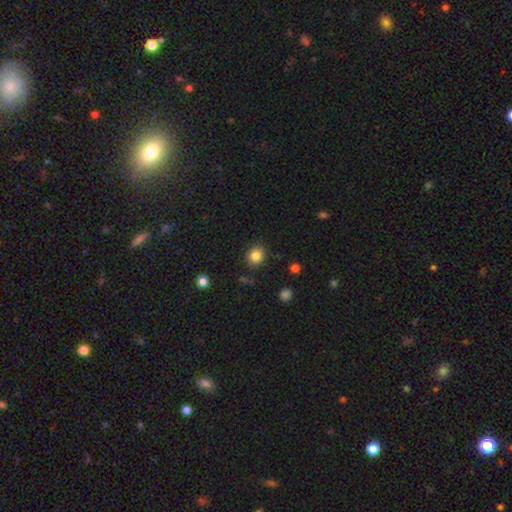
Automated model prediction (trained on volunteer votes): Q: Smooth or featured?
A: smooth (85%); runner-up: star or artifact (11%)
Q: How rounded?
A: round (77%); runner-up: in between (22%)
Q: Merging?
A: none (87%); runner-up: minor disturbance (9%)